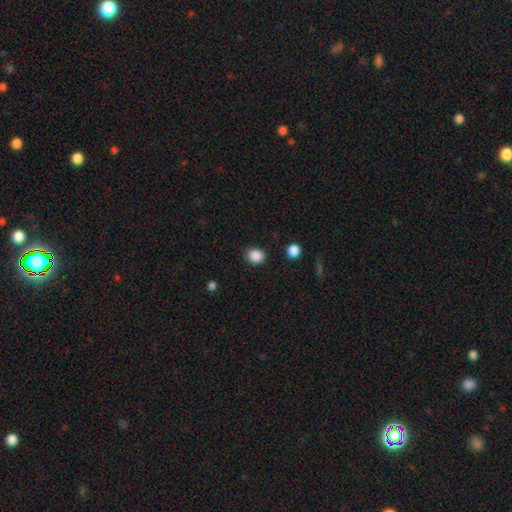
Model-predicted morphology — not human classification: The model was most divided on "how rounded": round: 65%, in between: 34%, cigar-shaped: 1%. More confident: smooth or featured — smooth (87%); merging — none (85%).